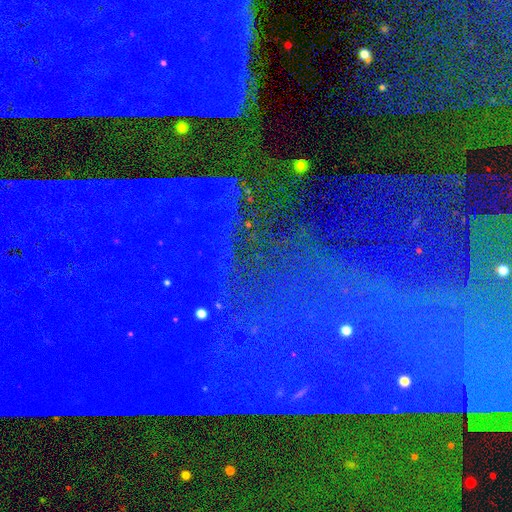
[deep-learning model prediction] Q: Smooth or featured?
A: star or artifact (87%); runner-up: featured or disk (7%)